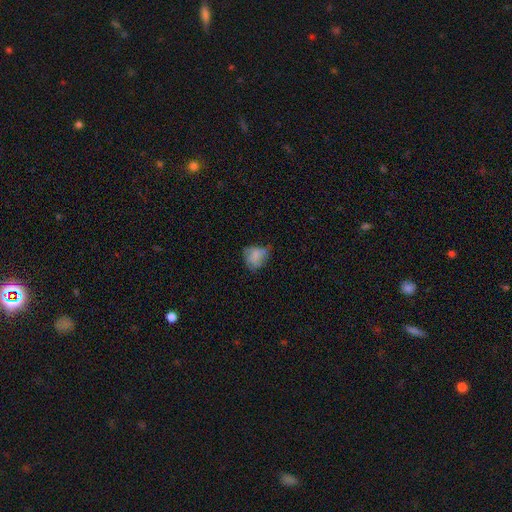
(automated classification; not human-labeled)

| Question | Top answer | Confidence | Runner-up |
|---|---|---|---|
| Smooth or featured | smooth | 69% | featured or disk (21%) |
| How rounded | round | 53% | in between (46%) |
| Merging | none | 42% | minor disturbance (37%) |